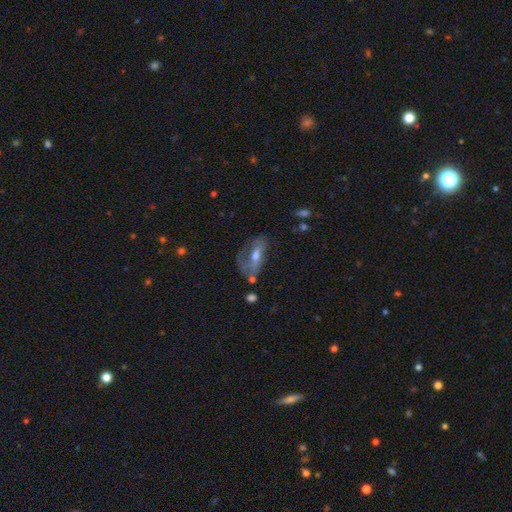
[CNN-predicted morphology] Smooth or featured?
  - featured or disk: 51% *
  - smooth: 39%
  - star or artifact: 10%
Edge-on disk?
  - no: 83% *
  - yes: 17%
Merging?
  - none: 38% *
  - major disturbance: 29%
  - minor disturbance: 26%
  - merger: 7%